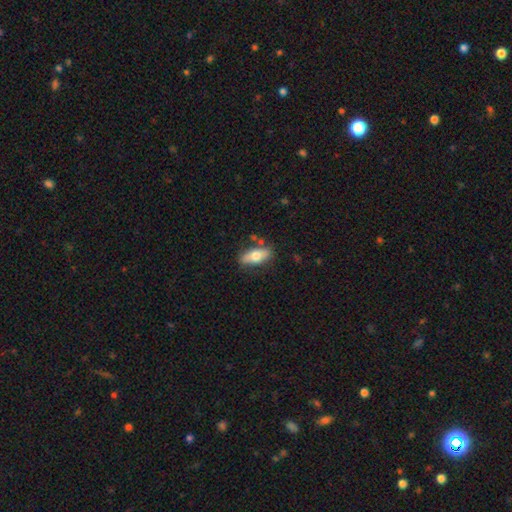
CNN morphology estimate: Overall: smooth (67%; featured or disk 27%). How rounded: in between (74%). Merging: none (79%).